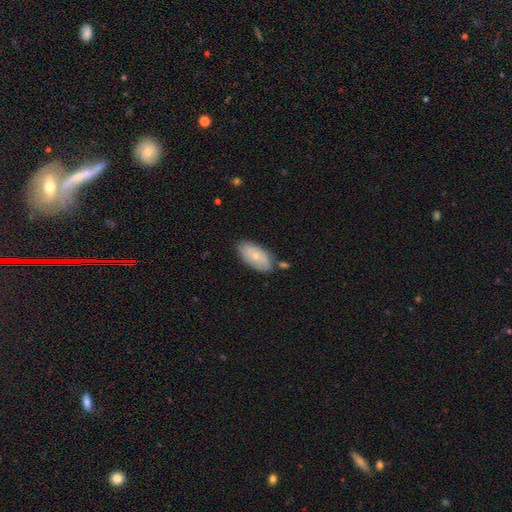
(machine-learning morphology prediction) Overall: smooth (57%; featured or disk 36%). How rounded: in between (92%). Merging: none (71%).